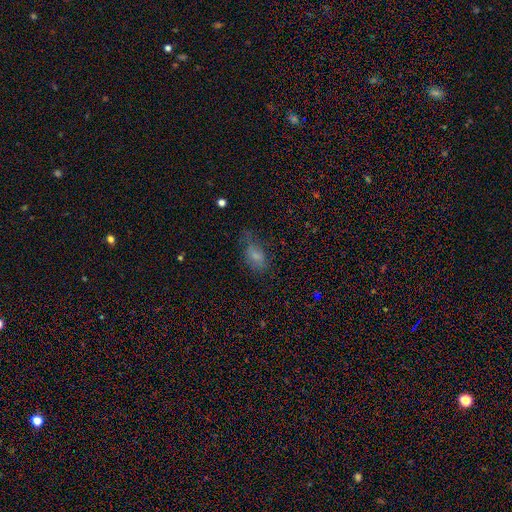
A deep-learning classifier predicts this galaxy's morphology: This is likely a smooth galaxy (68%). How rounded: clearly in between (87%). Merging: possibly none (48%).